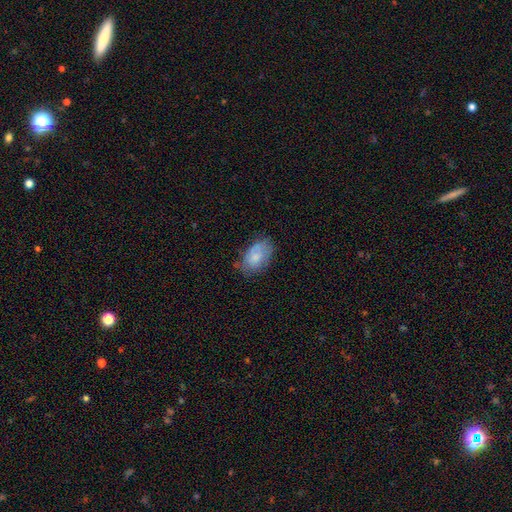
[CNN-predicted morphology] Q: Smooth or featured?
A: smooth (66%); runner-up: featured or disk (26%)
Q: How rounded?
A: in between (90%); runner-up: round (9%)
Q: Merging?
A: none (56%); runner-up: minor disturbance (31%)